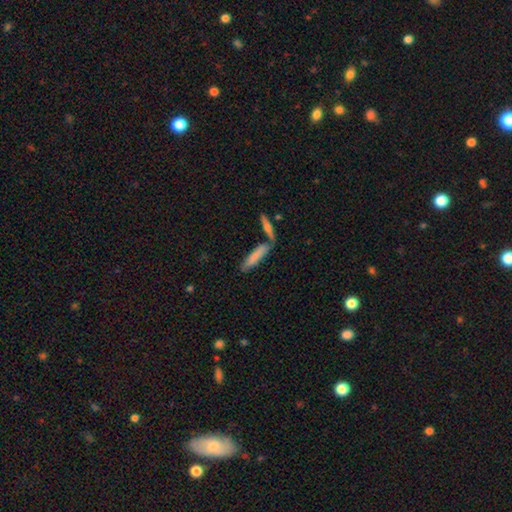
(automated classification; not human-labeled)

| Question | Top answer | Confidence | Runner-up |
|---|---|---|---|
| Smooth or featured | smooth | 76% | featured or disk (17%) |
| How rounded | cigar-shaped | 77% | in between (21%) |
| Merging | none | 62% | merger (23%) |